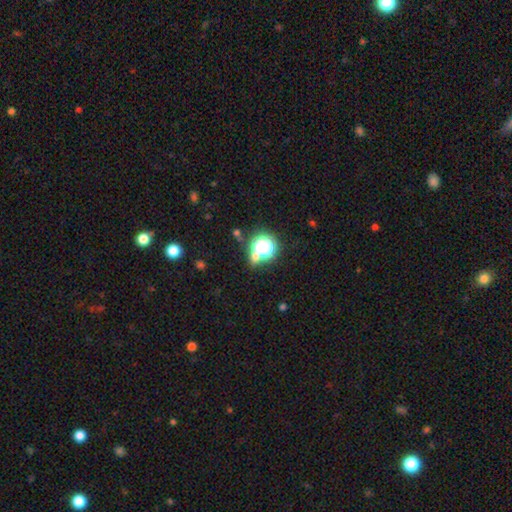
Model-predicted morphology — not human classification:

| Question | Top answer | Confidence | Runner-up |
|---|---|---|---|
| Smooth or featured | smooth | 46% | star or artifact (45%) |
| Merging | none | 66% | merger (15%) |